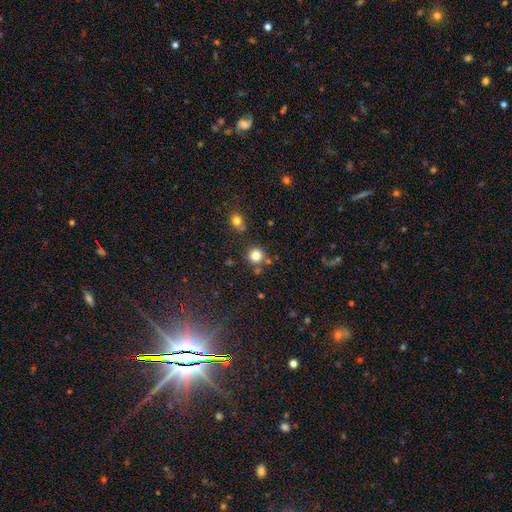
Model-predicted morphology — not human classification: Smooth or featured? Predicted: smooth (p=0.81). How rounded? Predicted: round (p=0.93). Merging? Predicted: none (p=0.79).